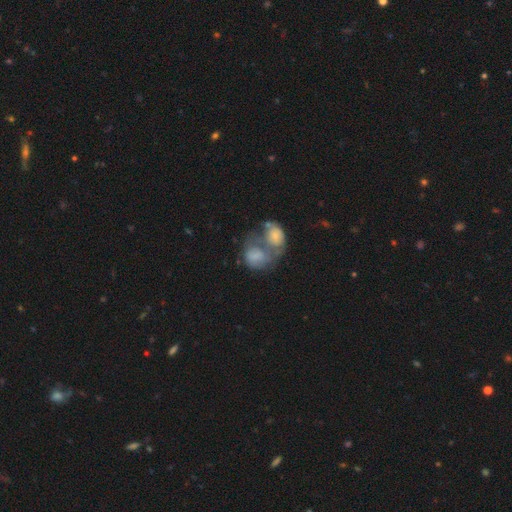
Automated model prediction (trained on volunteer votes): Smooth or featured?
  - smooth: 62% *
  - featured or disk: 29%
  - star or artifact: 8%
How rounded?
  - in between: 55% *
  - round: 43%
  - cigar-shaped: 1%
Merging?
  - merger: 65% *
  - major disturbance: 14%
  - none: 13%
  - minor disturbance: 9%